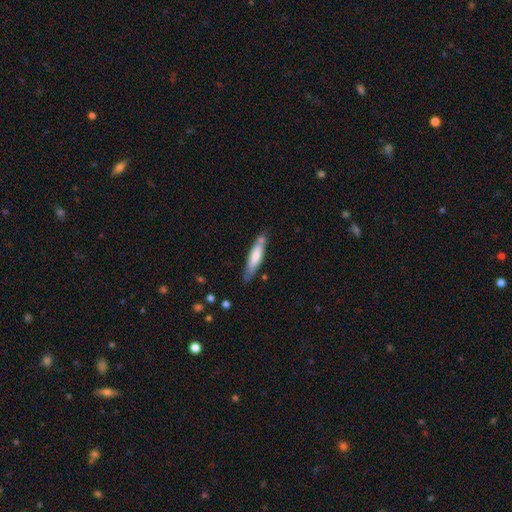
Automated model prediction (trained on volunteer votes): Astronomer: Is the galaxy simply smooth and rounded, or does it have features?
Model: smooth — 66%.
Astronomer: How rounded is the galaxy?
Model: cigar-shaped — 82%.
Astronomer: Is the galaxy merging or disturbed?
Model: none — 71%.